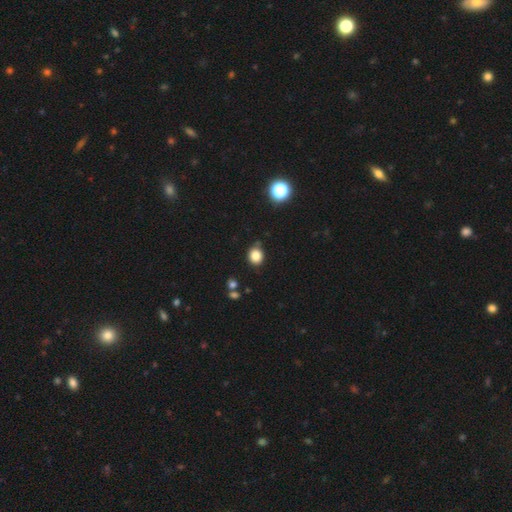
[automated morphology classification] Smooth or featured? Predicted: smooth (p=0.83). How rounded? Predicted: round (p=0.74). Merging? Predicted: none (p=0.81).